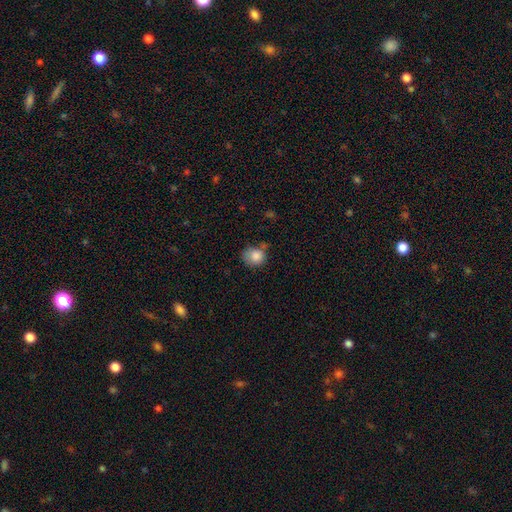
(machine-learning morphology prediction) A smooth galaxy with no disk features (84%) that is round (72%).

Vote fractions:
- Smooth or featured? smooth: 84% / star or artifact: 9% / featured or disk: 7%
- How rounded? round: 72% / in between: 28% / cigar-shaped: 1%
- Merging? none: 53% / minor disturbance: 30% / major disturbance: 9% / merger: 8%